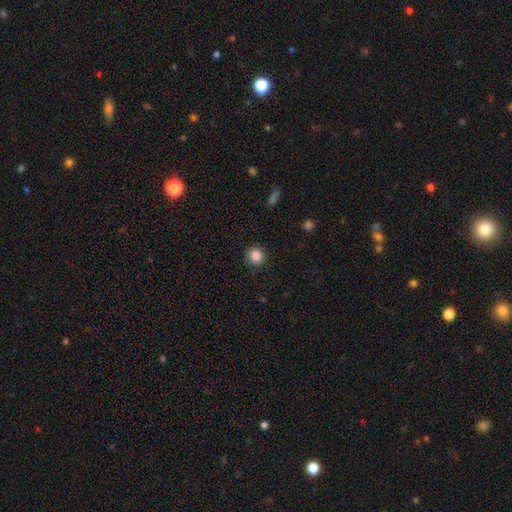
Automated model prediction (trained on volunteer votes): Smooth or featured? smooth (86%)
How rounded? round (88%)
Merging? none (88%)